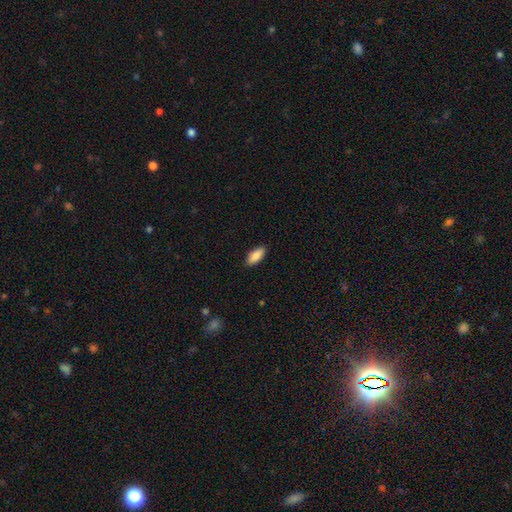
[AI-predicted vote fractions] The model was most divided on "how rounded": in between: 84%, cigar-shaped: 14%, round: 2%. More confident: smooth or featured — smooth (89%); merging — none (88%).